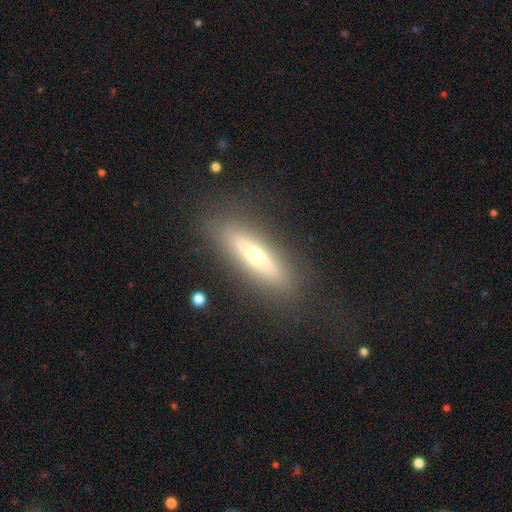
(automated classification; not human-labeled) Smooth or featured? Predicted: featured or disk (p=0.48). Merging? Predicted: none (p=0.83).